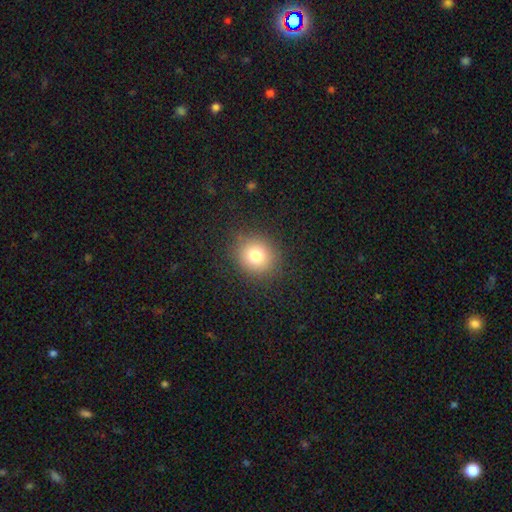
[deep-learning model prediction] Morphology: type=smooth (79%); roundness=round (80%); merging=none (87%).